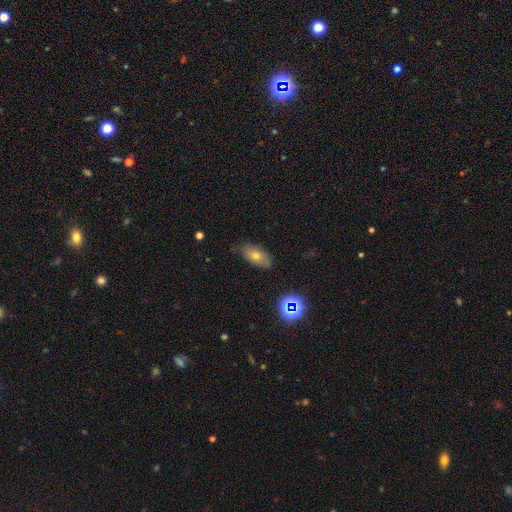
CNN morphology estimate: smooth-or-featured: smooth: 65% | featured or disk: 21% | star or artifact: 13%
  how-rounded: in between: 86% | round: 8% | cigar-shaped: 6%
  merging: none: 73% | minor disturbance: 21% | major disturbance: 4% | merger: 2%